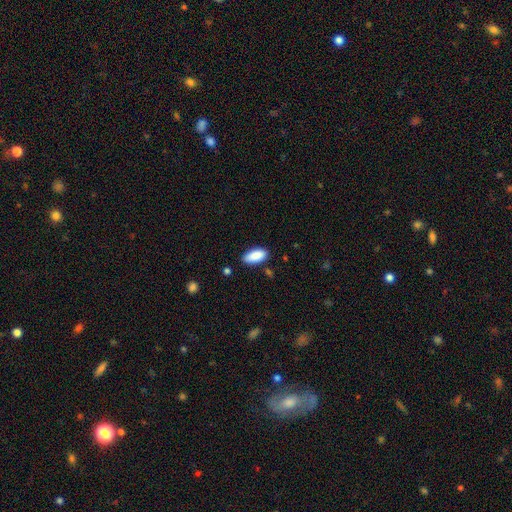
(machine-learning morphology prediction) Overall: smooth (89%). How rounded: in between (89%). Merging: none (83%).